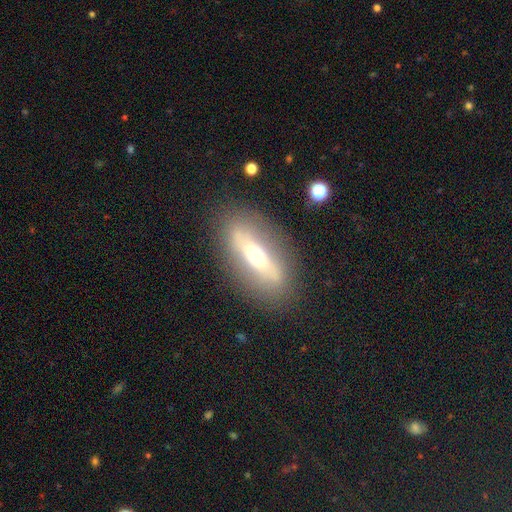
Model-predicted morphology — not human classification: Smooth or featured? featured or disk (53%)
Edge-on disk? yes (51%)
Merging? none (84%)